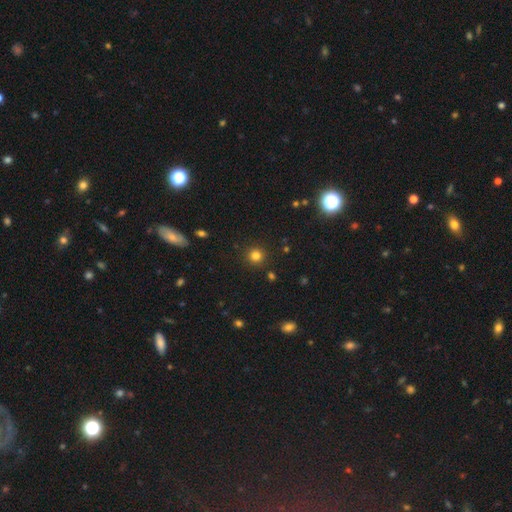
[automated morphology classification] This is clearly a smooth galaxy (80%). How rounded: clearly round (94%). Merging: clearly none (91%).